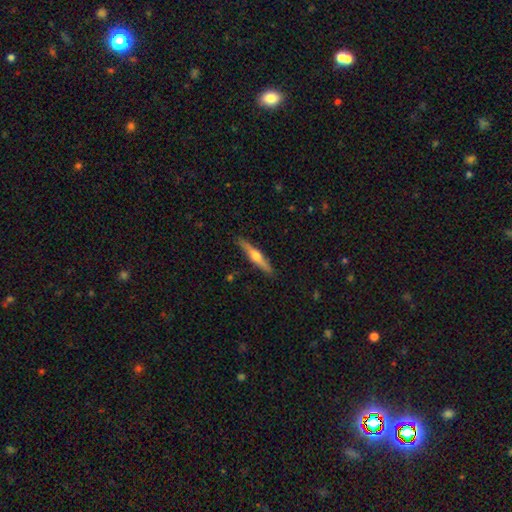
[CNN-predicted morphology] This appears to be a featured or disk galaxy (60%) viewed edge-on (96%) with a rounded central bulge (92%). Merging: none (90%).